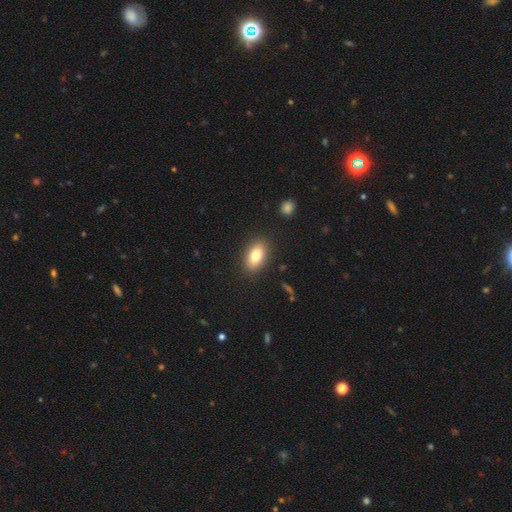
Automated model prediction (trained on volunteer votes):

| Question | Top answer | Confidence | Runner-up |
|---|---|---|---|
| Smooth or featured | smooth | 78% | featured or disk (13%) |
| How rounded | in between | 88% | round (9%) |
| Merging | none | 87% | minor disturbance (9%) |